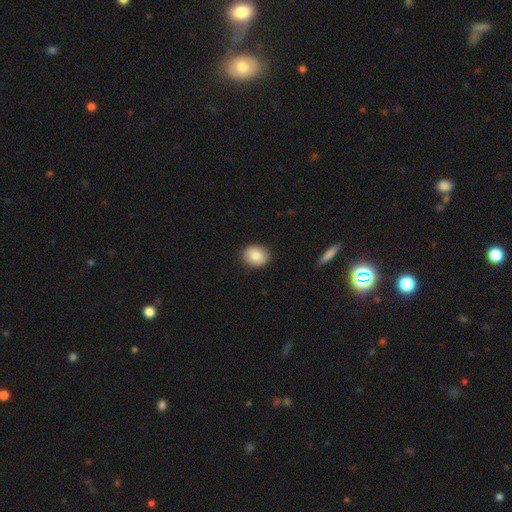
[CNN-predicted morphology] Smooth or featured: smooth — 84% (featured or disk — 9%)
How rounded: round — 59% (in between — 40%)
Merging: none — 88% (minor disturbance — 9%)